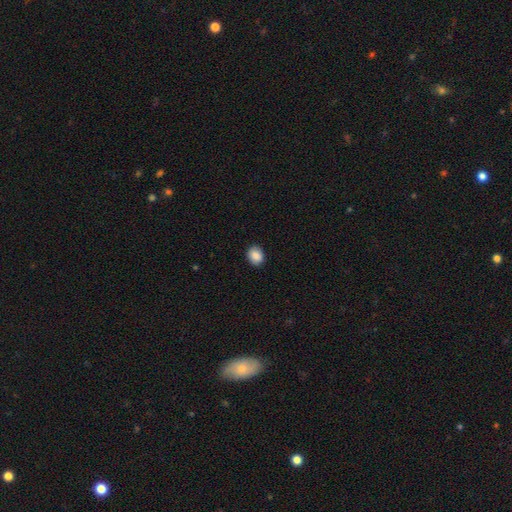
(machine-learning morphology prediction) This is clearly a smooth galaxy (88%). How rounded: possibly round (54%). Merging: clearly none (89%).